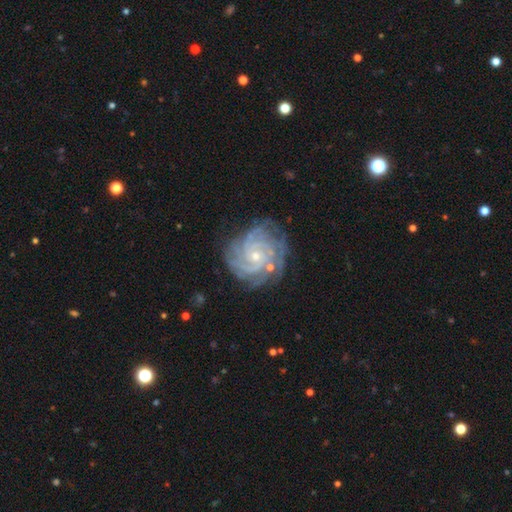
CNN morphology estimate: type=featured or disk (89%); edge-on=no (98%); bar=no (74%); spiral arms=yes (98%); winding=tight (79%); arm count=4 (29%); bulge=small (73%); merging=none (76%).